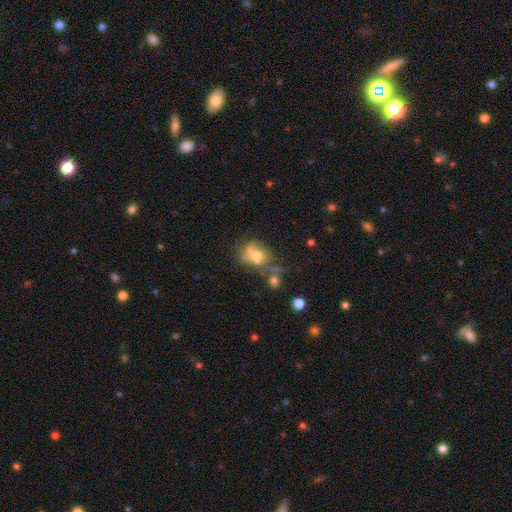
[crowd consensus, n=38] This appears to be a smooth galaxy with no disk features (71%) that is in between round and cigar-shaped (52%). Merging: merger (37%).